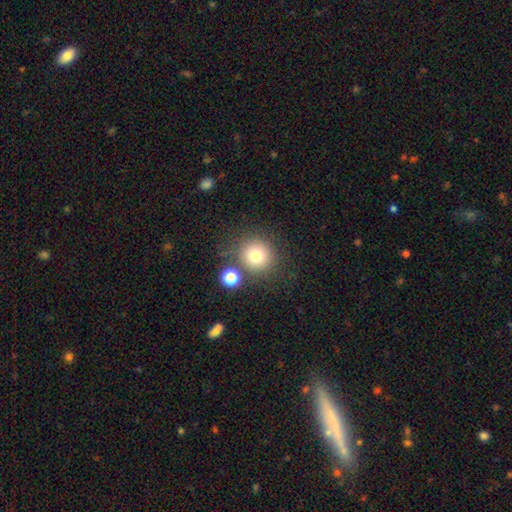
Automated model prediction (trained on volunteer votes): This is likely a smooth galaxy (76%). How rounded: clearly round (93%). Merging: likely none (76%).